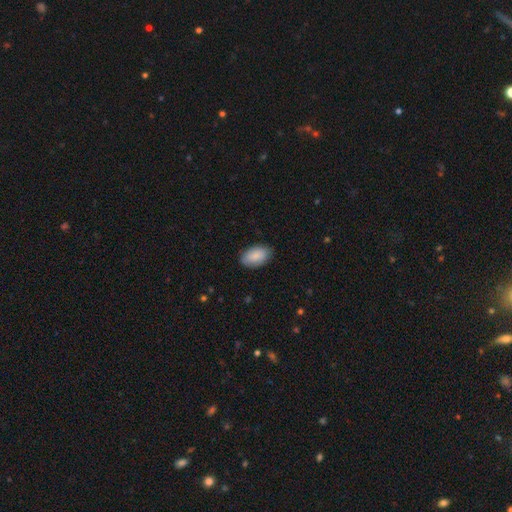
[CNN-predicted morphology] The model was most divided on "merging": none: 84%, minor disturbance: 13%, major disturbance: 3%, merger: 1%. More confident: how rounded — in between (94%); smooth or featured — smooth (86%).